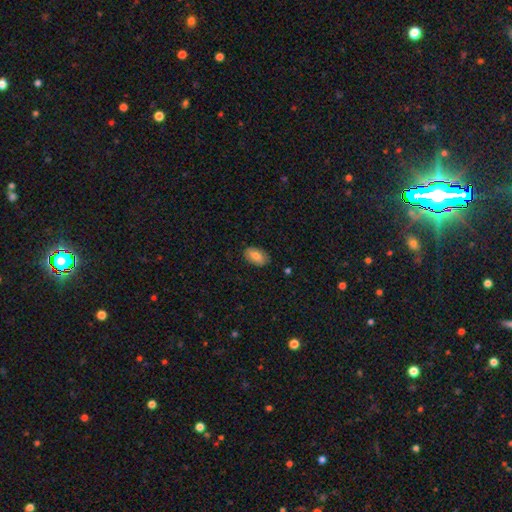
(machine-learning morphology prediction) smooth_or_featured: smooth (p=0.80) [alt: featured or disk p=0.13]
how_rounded: in between (p=0.93) [alt: round p=0.05]
merging: none (p=0.85) [alt: minor disturbance p=0.12]